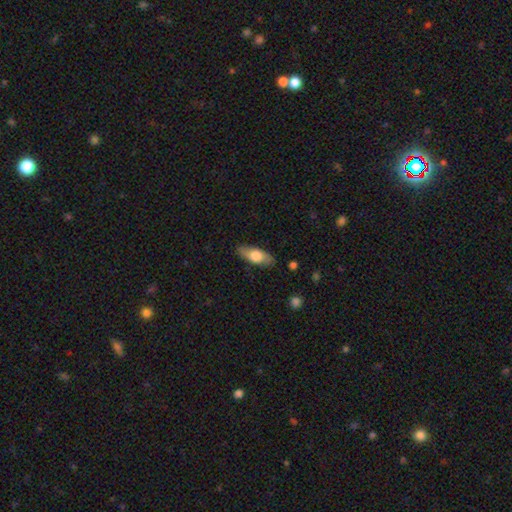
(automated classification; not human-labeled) Smooth or featured: smooth — 65% (featured or disk — 29%)
How rounded: in between — 70% (cigar-shaped — 27%)
Merging: none — 85% (minor disturbance — 11%)